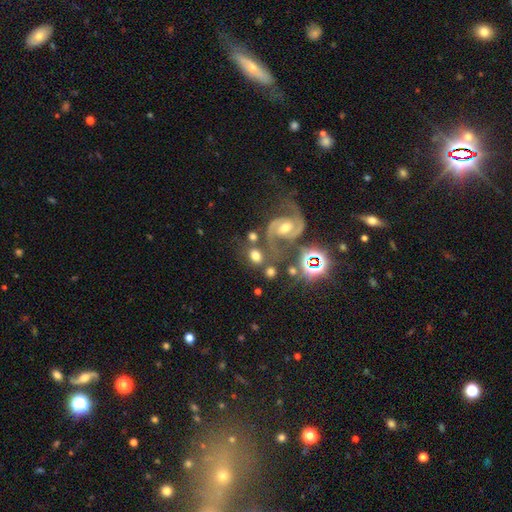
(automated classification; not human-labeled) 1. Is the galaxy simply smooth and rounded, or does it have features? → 49% smooth, 38% featured or disk, 13% star or artifact.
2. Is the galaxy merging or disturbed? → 55% none, 21% merger, 14% minor disturbance, 9% major disturbance.